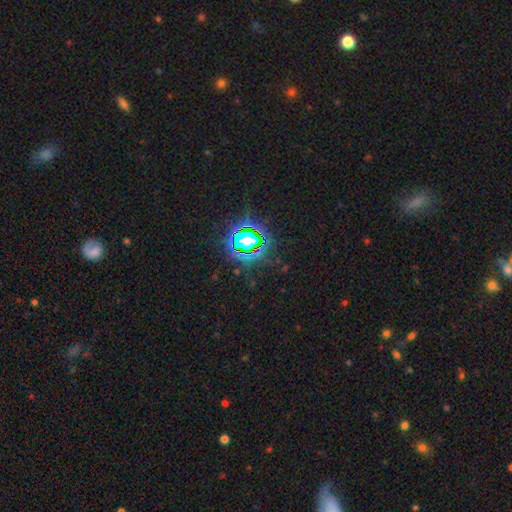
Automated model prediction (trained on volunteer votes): star or artifact 80%, smooth 13%, featured or disk 7%.